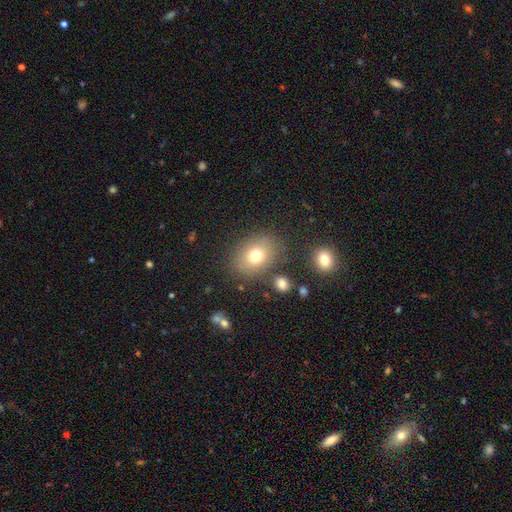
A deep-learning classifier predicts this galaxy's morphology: smooth_or_featured: smooth (p=0.74) [alt: featured or disk p=0.14]
how_rounded: in between (p=0.57) [alt: round p=0.43]
merging: none (p=0.78) [alt: minor disturbance p=0.12]